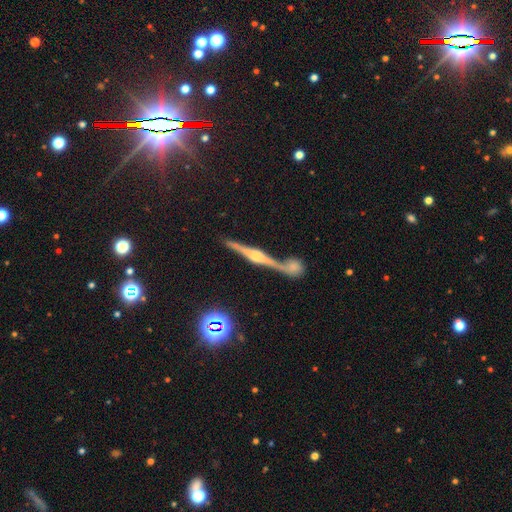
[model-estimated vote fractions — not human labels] Smooth or featured?
  - featured or disk: 80% *
  - star or artifact: 11%
  - smooth: 9%
Edge-on disk?
  - yes: 95% *
  - no: 5%
Edge-on bulge?
  - rounded: 86% *
  - boxy: 8%
  - none: 6%
Merging?
  - none: 61% *
  - merger: 22%
  - minor disturbance: 12%
  - major disturbance: 5%